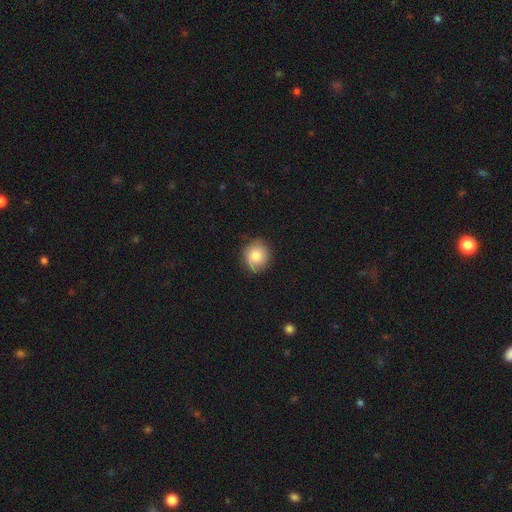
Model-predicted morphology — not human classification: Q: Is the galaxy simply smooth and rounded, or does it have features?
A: smooth — 80%.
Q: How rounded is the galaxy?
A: round — 83%.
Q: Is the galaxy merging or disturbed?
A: none — 84%.